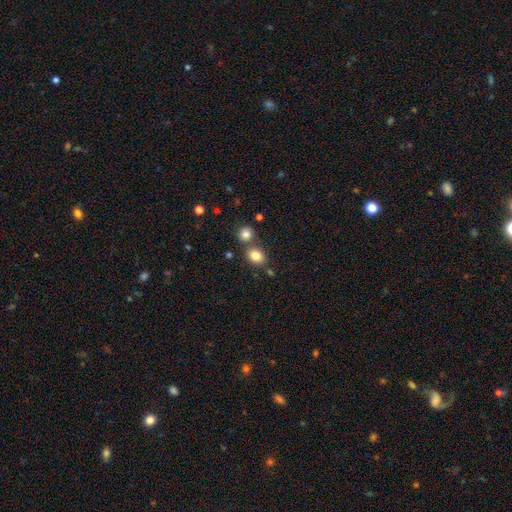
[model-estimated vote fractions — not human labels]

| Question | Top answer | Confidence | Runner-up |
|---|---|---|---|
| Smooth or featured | smooth | 83% | star or artifact (10%) |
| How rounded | round | 50% | in between (49%) |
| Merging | none | 67% | merger (19%) |